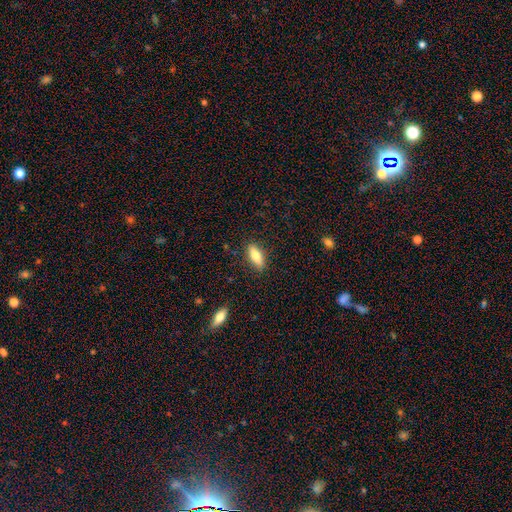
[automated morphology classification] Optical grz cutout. It shows a smooth galaxy with no disk features (77%) that is in between round and cigar-shaped (69%). Merging: none (87%).